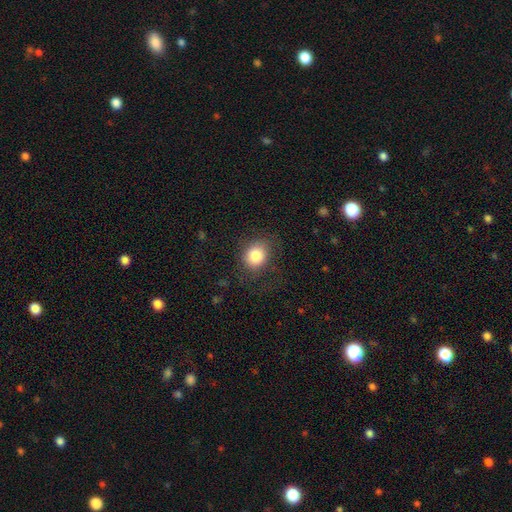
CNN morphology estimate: Smooth or featured: smooth — 83% (star or artifact — 10%)
How rounded: round — 64% (in between — 36%)
Merging: none — 76% (minor disturbance — 15%)